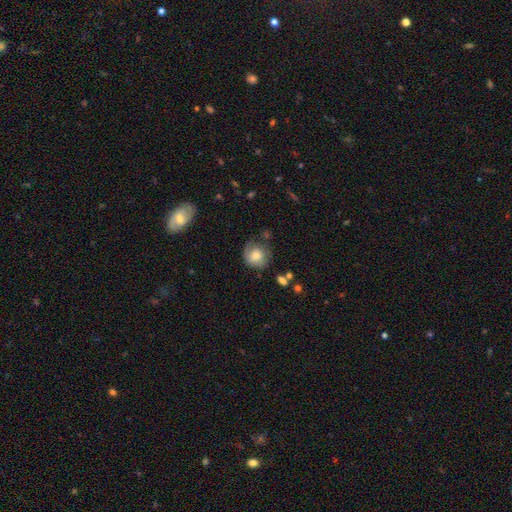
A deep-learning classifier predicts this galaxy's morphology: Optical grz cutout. It shows a smooth galaxy with no disk features (66%) that is round (81%). Merging: none (59%).